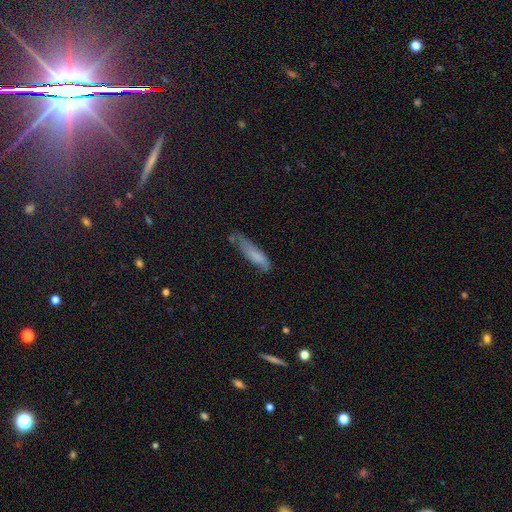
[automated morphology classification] type=smooth (71%); roundness=cigar-shaped (72%); merging=none (48%).